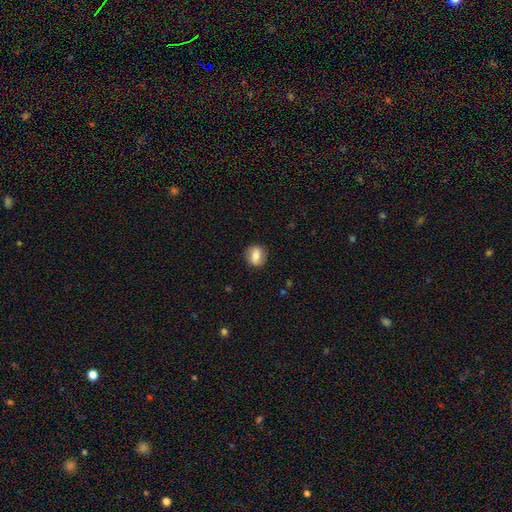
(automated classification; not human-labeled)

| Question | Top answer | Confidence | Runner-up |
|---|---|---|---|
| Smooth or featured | smooth | 73% | featured or disk (19%) |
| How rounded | round | 65% | in between (33%) |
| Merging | none | 87% | minor disturbance (10%) |